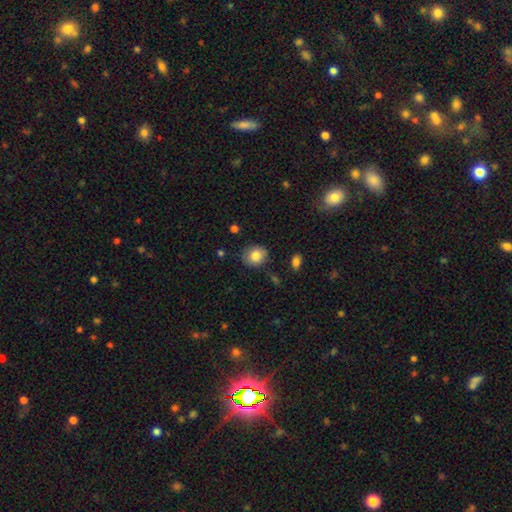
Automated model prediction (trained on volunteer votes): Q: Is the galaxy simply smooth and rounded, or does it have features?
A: smooth — 82%.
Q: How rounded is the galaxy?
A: round — 75%.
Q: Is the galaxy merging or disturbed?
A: none — 81%.